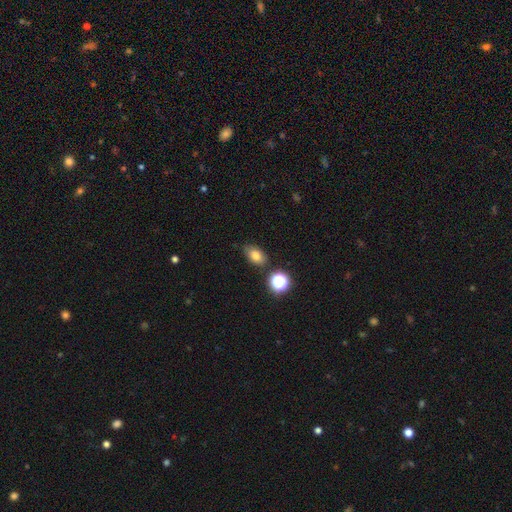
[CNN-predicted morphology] This appears to be a smooth galaxy with no disk features (78%) that is in between round and cigar-shaped (83%). Merging: none (77%).